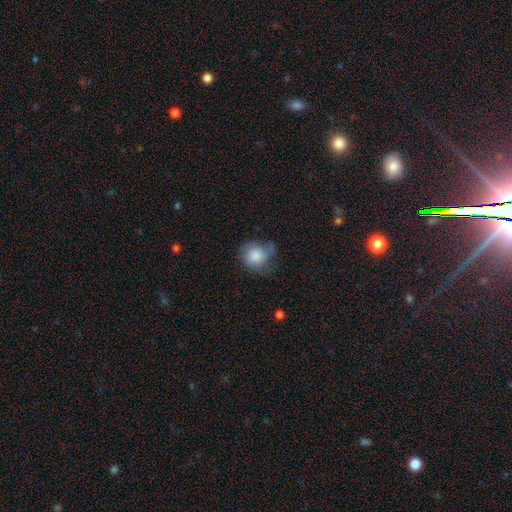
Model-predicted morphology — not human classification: A smooth galaxy with no disk features (70%) that is round (74%). Merging: none (49%).